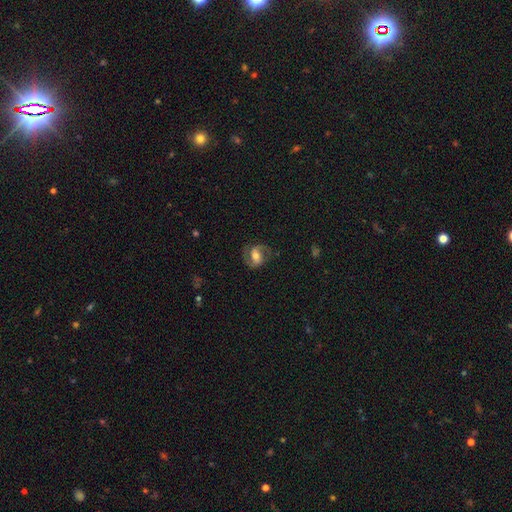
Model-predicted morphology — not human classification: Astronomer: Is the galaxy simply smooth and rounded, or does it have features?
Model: featured or disk — 79%.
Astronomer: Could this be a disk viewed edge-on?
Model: no — 97%.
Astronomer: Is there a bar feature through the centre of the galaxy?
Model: weak — 42% (runner-up: strong, 31%).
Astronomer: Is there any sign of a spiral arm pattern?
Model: yes — 94%.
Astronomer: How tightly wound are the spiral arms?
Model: medium — 55%.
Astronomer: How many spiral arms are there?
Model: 2 — 91%.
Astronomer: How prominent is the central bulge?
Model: moderate — 65%.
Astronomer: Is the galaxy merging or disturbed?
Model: none — 76%.